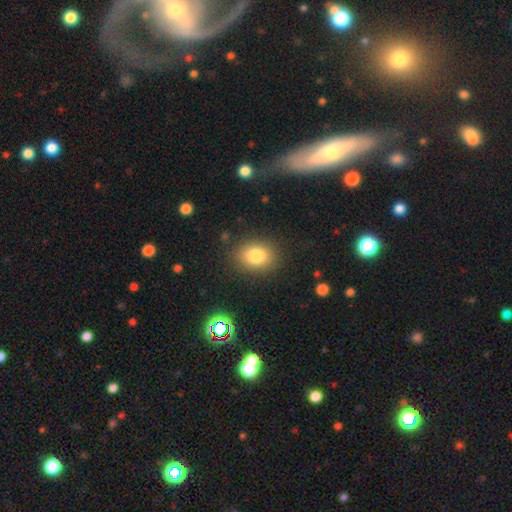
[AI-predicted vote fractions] smooth_or_featured: smooth (p=0.81) [alt: star or artifact p=0.10]
how_rounded: in between (p=0.61) [alt: round p=0.38]
merging: none (p=0.85) [alt: minor disturbance p=0.10]